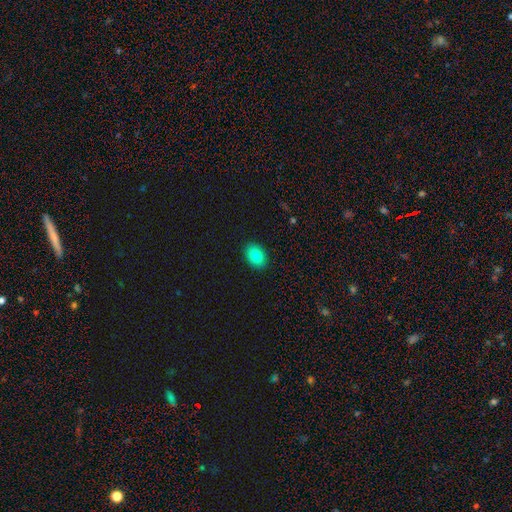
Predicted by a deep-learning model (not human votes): A smooth galaxy with no disk features (84%) that is in between round and cigar-shaped (80%). Merging: none (90%).